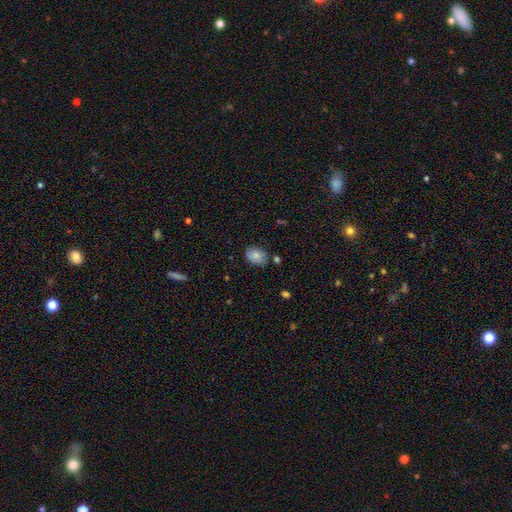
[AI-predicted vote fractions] smooth_or_featured: smooth (p=0.80) [alt: featured or disk p=0.12]
how_rounded: in between (p=0.68) [alt: round p=0.31]
merging: none (p=0.74) [alt: minor disturbance p=0.19]